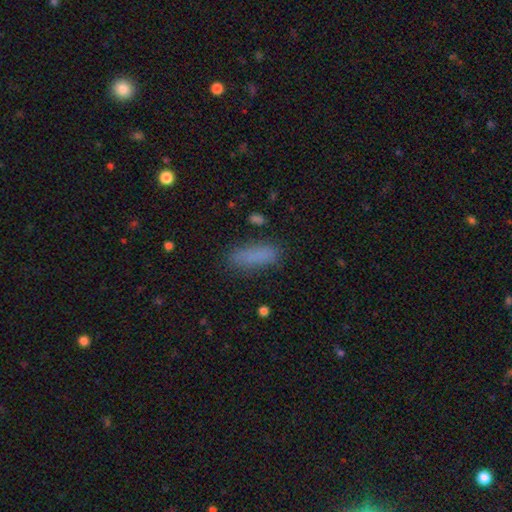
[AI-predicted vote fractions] This appears to be a smooth galaxy with no disk features (83%) that is cigar-shaped (49%). Merging: none (80%).